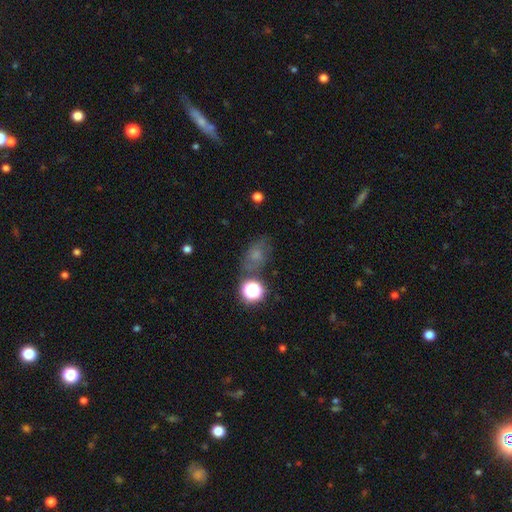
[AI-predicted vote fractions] This is possibly a smooth galaxy (49%). Merging: likely none (64%).